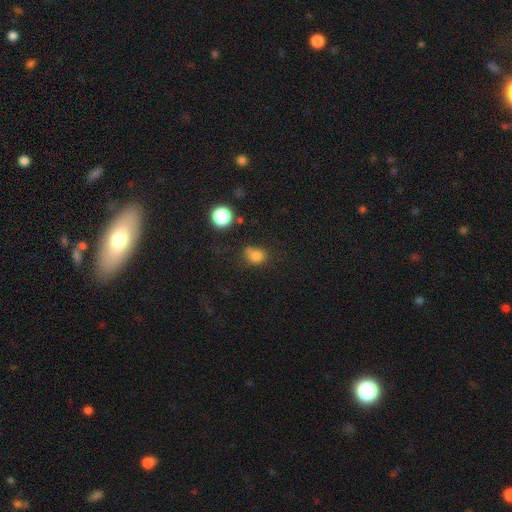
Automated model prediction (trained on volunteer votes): Smooth or featured: smooth — 77% (star or artifact — 15%)
How rounded: round — 58% (in between — 41%)
Merging: none — 50% (minor disturbance — 23%)